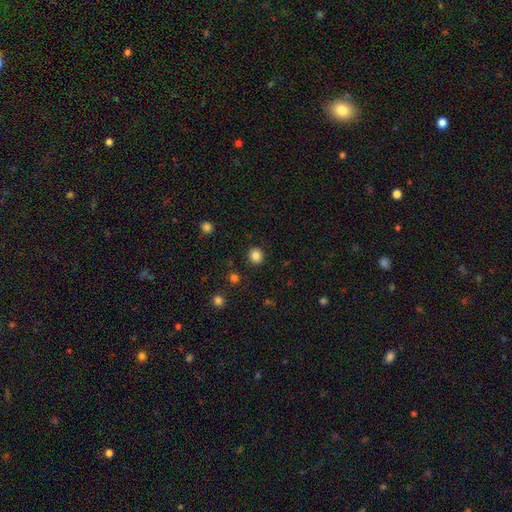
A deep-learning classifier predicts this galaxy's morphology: Smooth or featured: smooth — 84% (star or artifact — 11%)
How rounded: round — 87% (in between — 12%)
Merging: none — 91% (minor disturbance — 6%)